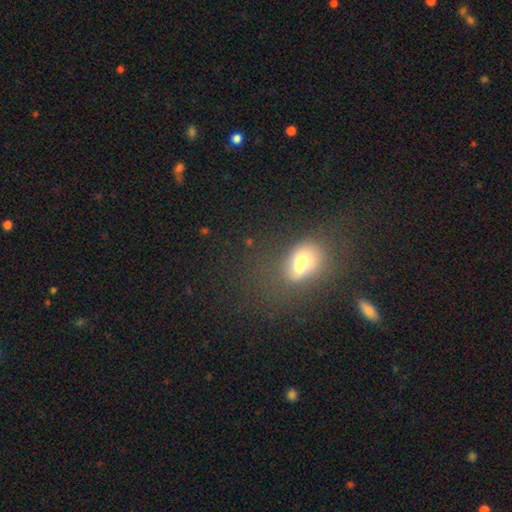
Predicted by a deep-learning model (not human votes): A smooth galaxy with no disk features (60%) that is in between round and cigar-shaped (69%). Merging: none (67%).